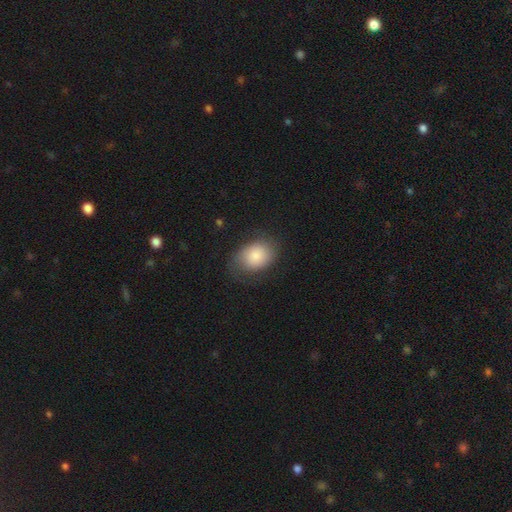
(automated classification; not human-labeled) Morphology: type=smooth (81%); roundness=in between (66%); merging=none (65%).